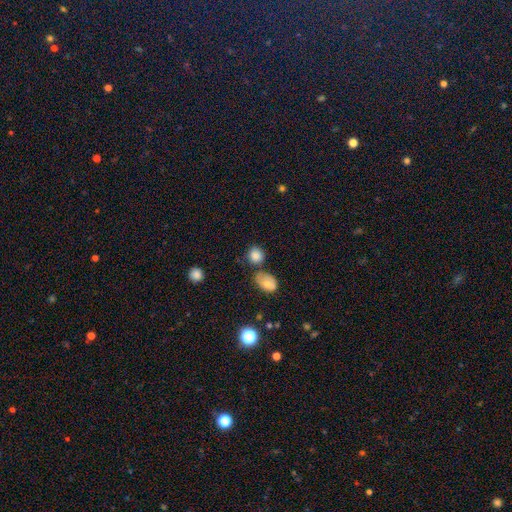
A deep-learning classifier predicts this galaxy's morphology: This is clearly a smooth galaxy (82%). How rounded: likely round (78%). Merging: likely none (64%).